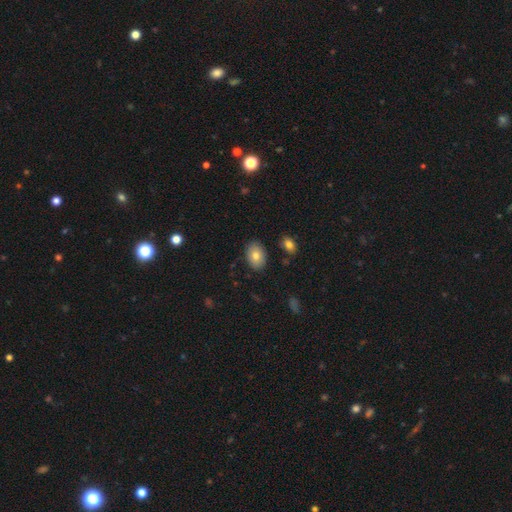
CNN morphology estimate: The model was most divided on "smooth or featured": smooth: 78%, featured or disk: 14%, star or artifact: 8%. More confident: merging — none (86%); how rounded — in between (84%).